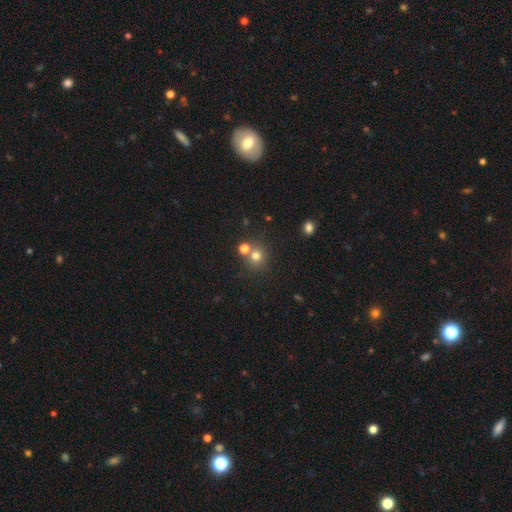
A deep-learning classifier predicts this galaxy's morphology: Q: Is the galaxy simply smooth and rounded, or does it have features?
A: smooth — 73%.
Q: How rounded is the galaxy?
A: round — 88%.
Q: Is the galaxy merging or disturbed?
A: none — 62%.